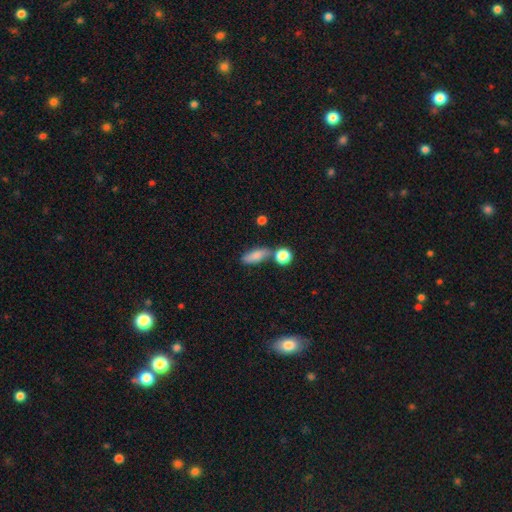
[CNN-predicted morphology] type=smooth (78%); roundness=in between (66%); merging=none (58%).